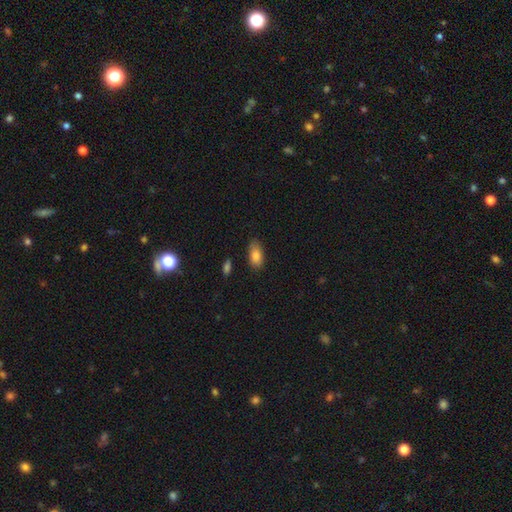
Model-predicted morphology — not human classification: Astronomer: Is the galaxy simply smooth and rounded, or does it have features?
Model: smooth — 83%.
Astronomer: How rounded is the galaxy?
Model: in between — 88%.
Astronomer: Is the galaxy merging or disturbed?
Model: none — 80%.